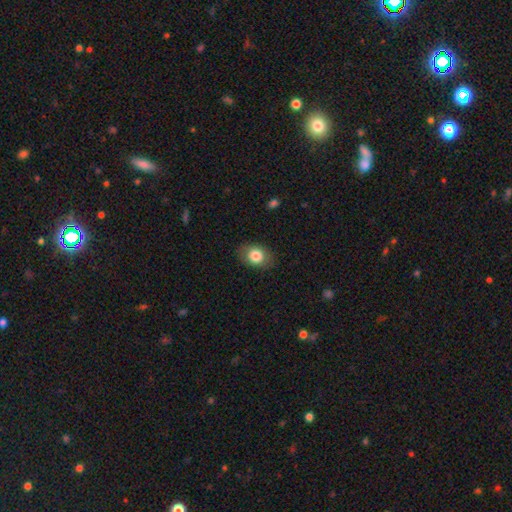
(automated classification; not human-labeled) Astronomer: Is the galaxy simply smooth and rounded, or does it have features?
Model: smooth — 81%.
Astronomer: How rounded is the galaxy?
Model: in between — 62% (runner-up: round, 37%).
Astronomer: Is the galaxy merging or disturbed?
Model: none — 82%.